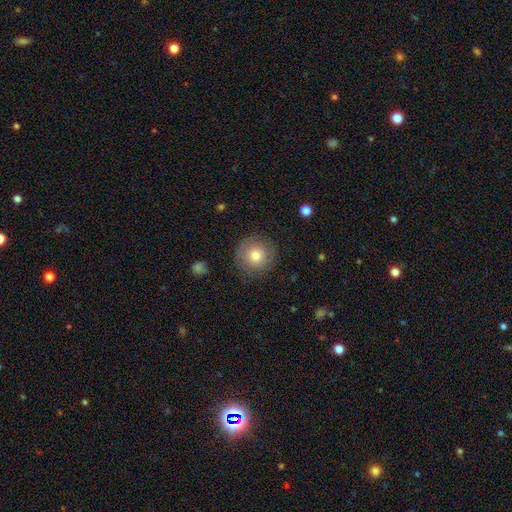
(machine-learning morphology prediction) smooth 71%, featured or disk 20%, star or artifact 10%. Down the decision tree: how rounded — round (94%); merging — none (83%).